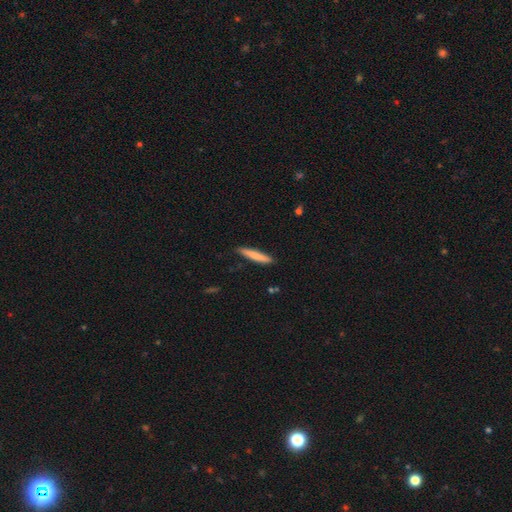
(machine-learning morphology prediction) Q: Smooth or featured?
A: smooth (77%); runner-up: featured or disk (17%)
Q: How rounded?
A: cigar-shaped (93%); runner-up: in between (6%)
Q: Merging?
A: none (87%); runner-up: minor disturbance (10%)